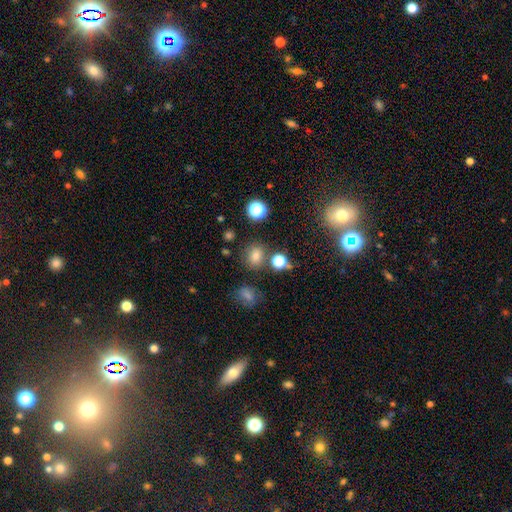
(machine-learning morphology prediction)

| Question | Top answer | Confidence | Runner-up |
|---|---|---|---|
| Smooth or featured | smooth | 74% | star or artifact (19%) |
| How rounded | round | 75% | in between (24%) |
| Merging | none | 79% | minor disturbance (10%) |